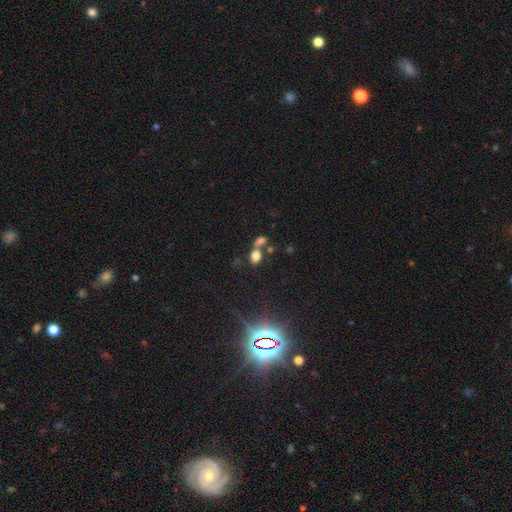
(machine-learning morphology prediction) The model was most divided on "merging": merger: 48%, none: 36%, minor disturbance: 10%, major disturbance: 6%. More confident: how rounded — in between (73%); smooth or featured — smooth (70%).